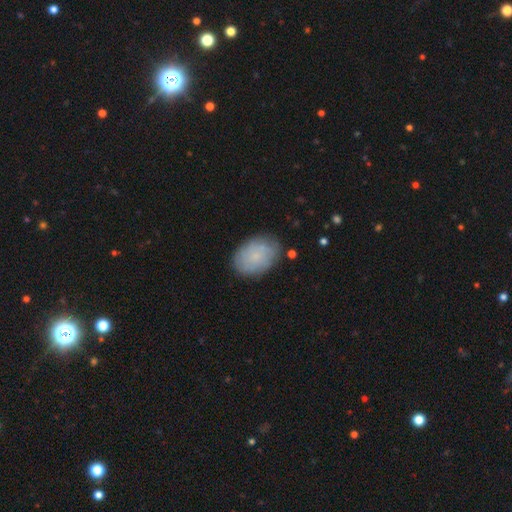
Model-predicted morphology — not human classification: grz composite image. It shows a smooth galaxy with no disk features (69%) that is in between round and cigar-shaped (80%). Merging: none (79%).